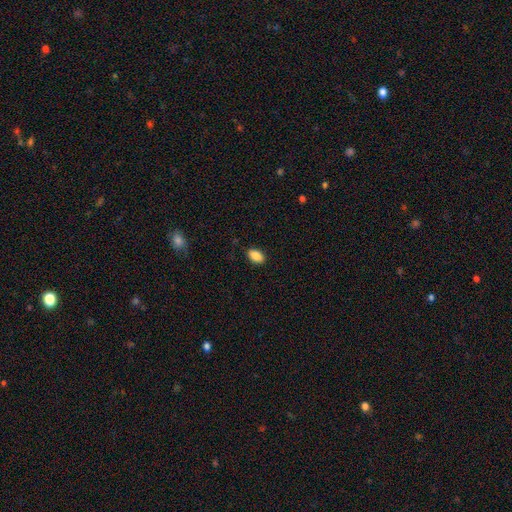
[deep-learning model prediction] A smooth galaxy with no disk features (87%) that is in between round and cigar-shaped (90%). Merging: none (87%).